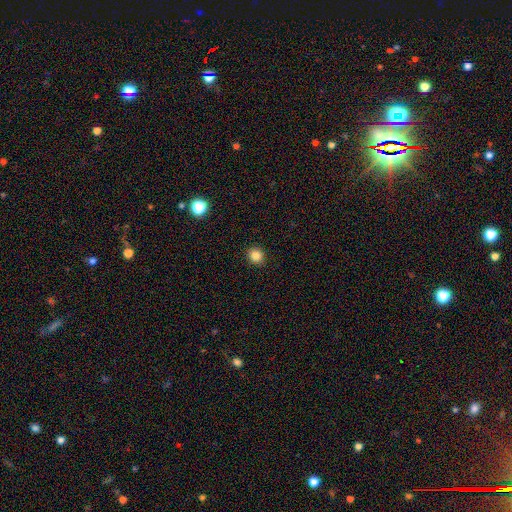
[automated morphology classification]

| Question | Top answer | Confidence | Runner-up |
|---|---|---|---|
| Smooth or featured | smooth | 84% | star or artifact (12%) |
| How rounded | round | 88% | in between (11%) |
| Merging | none | 92% | minor disturbance (5%) |